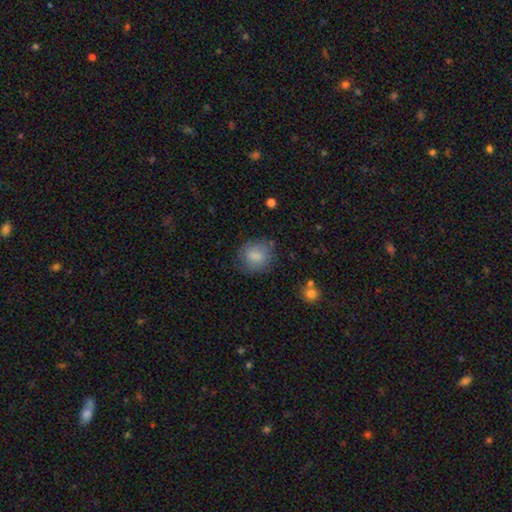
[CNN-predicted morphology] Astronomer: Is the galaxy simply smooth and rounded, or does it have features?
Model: smooth — 81%.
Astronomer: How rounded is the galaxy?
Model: round — 73%.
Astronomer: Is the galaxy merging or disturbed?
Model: none — 72%.